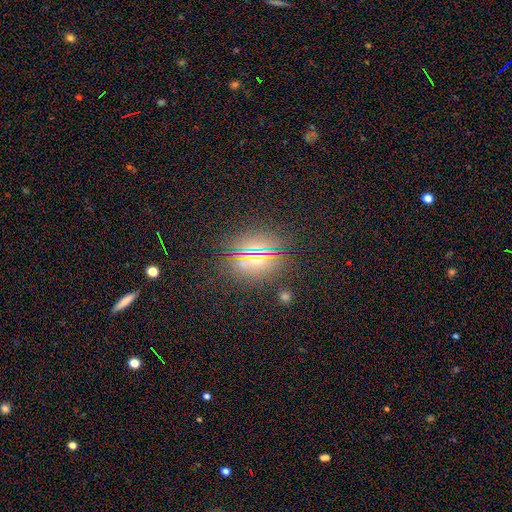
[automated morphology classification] Smooth or featured?
  - star or artifact: 56% *
  - smooth: 32%
  - featured or disk: 11%